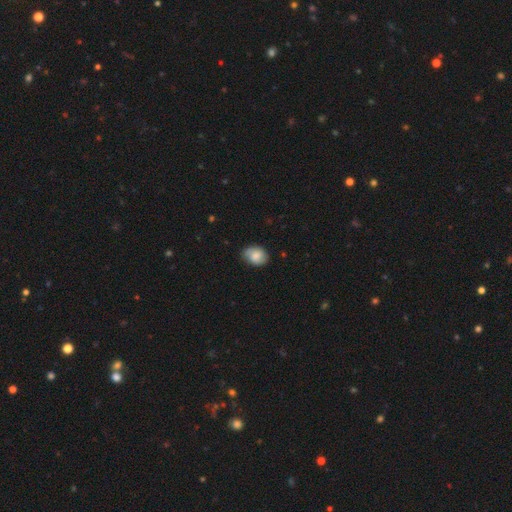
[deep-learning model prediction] Overall: smooth (76%). How rounded: in between (69%; round 30%). Merging: none (73%).